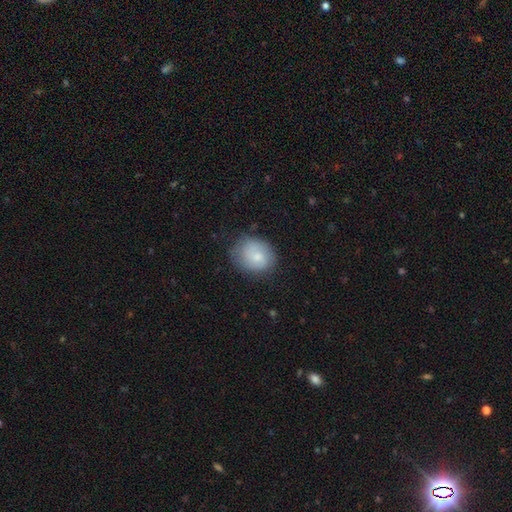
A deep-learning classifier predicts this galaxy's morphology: A smooth galaxy with no disk features (71%) that is round (61%). Merging: none (67%).